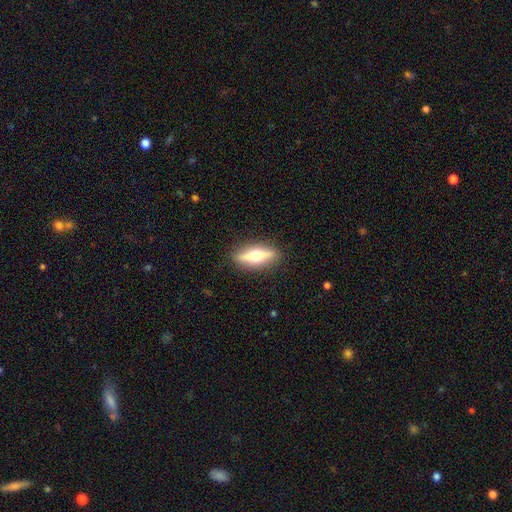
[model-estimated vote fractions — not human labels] Smooth or featured? Predicted: featured or disk (p=0.62). Edge-on disk? Predicted: yes (p=0.92). Edge-on bulge? Predicted: rounded (p=0.94). Merging? Predicted: none (p=0.88).